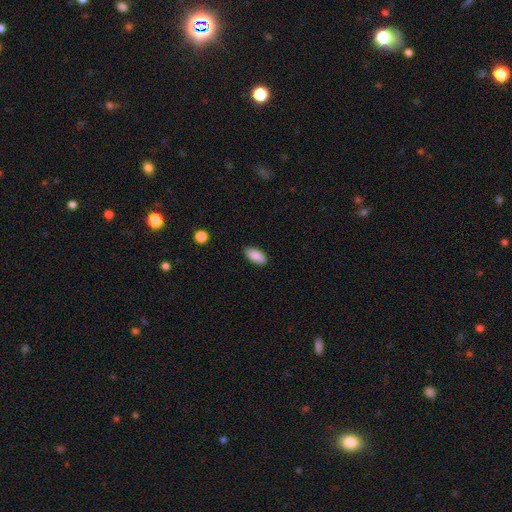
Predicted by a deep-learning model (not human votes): Q: Smooth or featured?
A: smooth (89%); runner-up: star or artifact (7%)
Q: How rounded?
A: in between (92%); runner-up: cigar-shaped (6%)
Q: Merging?
A: none (85%); runner-up: minor disturbance (11%)